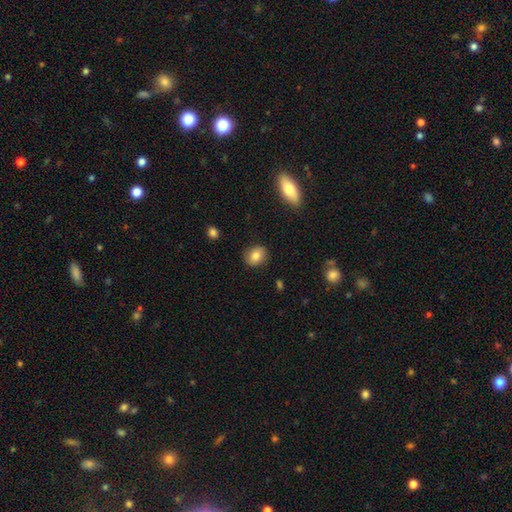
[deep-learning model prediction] The model was most divided on "how rounded": round: 59%, in between: 40%, cigar-shaped: 1%. More confident: merging — none (86%); smooth or featured — smooth (79%).